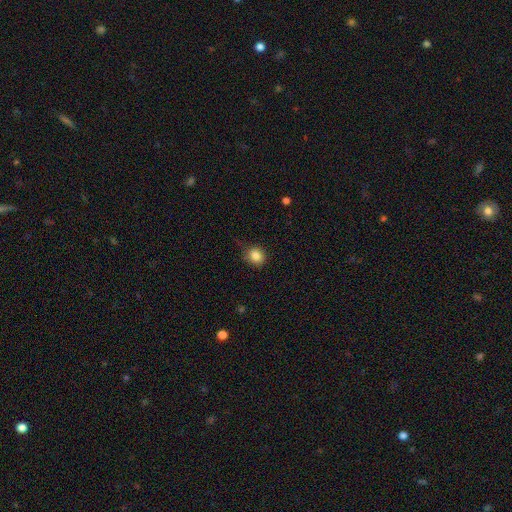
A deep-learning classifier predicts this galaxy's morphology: The model was most divided on "how rounded": round: 76%, in between: 23%, cigar-shaped: 1%. More confident: smooth or featured — smooth (84%); merging — none (77%).